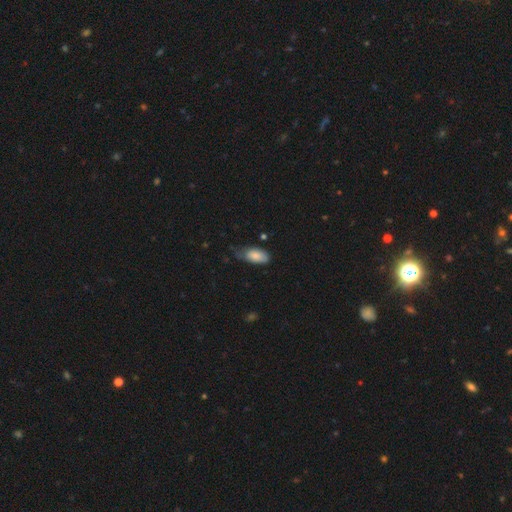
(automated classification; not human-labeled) The model was most divided on "merging": none: 43%, minor disturbance: 42%, major disturbance: 13%, merger: 2%. More confident: how rounded — in between (91%); smooth or featured — smooth (83%).